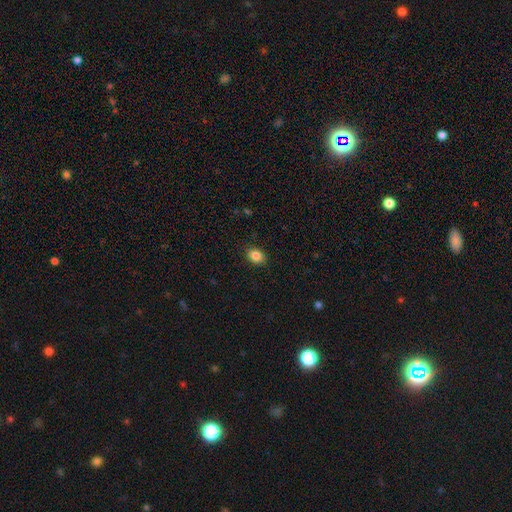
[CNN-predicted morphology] This appears to be a smooth galaxy with no disk features (86%) that is in between round and cigar-shaped (64%). Merging: none (88%).